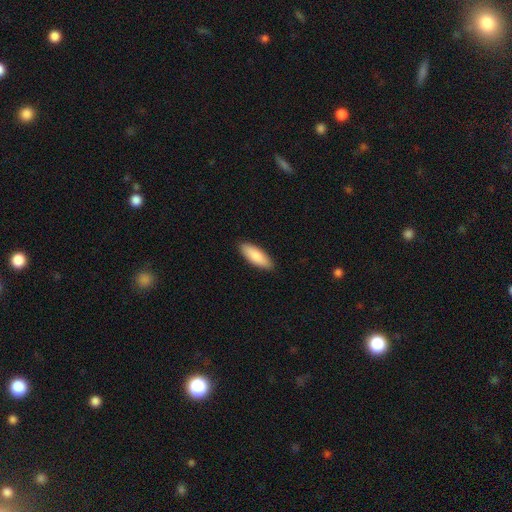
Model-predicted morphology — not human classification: type=smooth (85%); roundness=in between (63%); merging=none (90%).